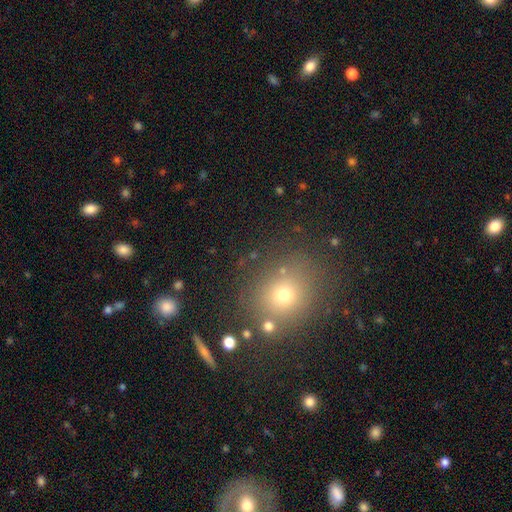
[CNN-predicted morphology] A smooth galaxy with no disk features (55%) that is round (82%).

Vote fractions:
- Smooth or featured? smooth: 55% / star or artifact: 33% / featured or disk: 13%
- How rounded? round: 82% / in between: 16% / cigar-shaped: 1%
- Merging? none: 82% / minor disturbance: 9% / merger: 5% / major disturbance: 4%